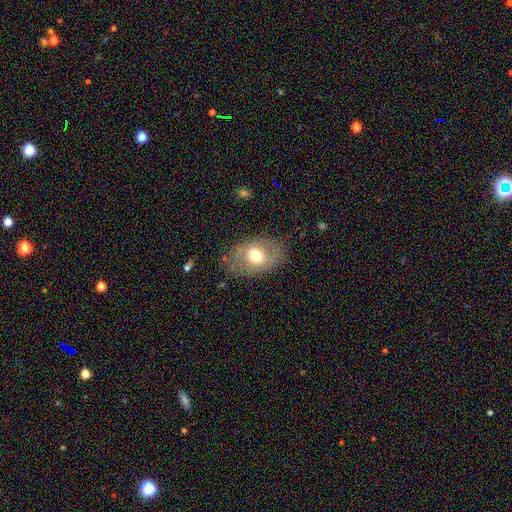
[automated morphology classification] Q: Smooth or featured?
A: smooth (62%); runner-up: featured or disk (30%)
Q: How rounded?
A: in between (79%); runner-up: round (20%)
Q: Merging?
A: none (77%); runner-up: minor disturbance (15%)